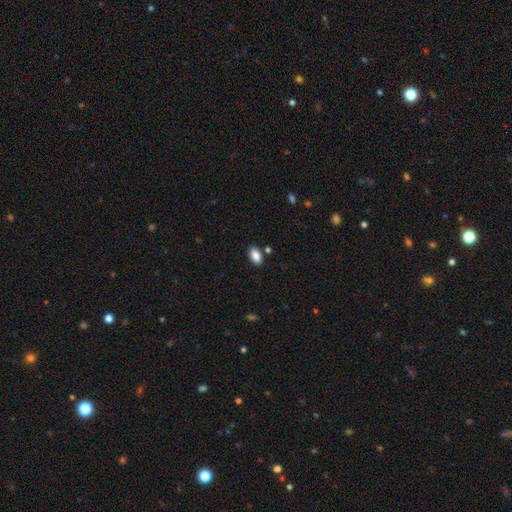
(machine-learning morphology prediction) The model was most divided on "merging": none: 85%, minor disturbance: 10%, merger: 3%, major disturbance: 2%. More confident: how rounded — in between (93%); smooth or featured — smooth (88%).